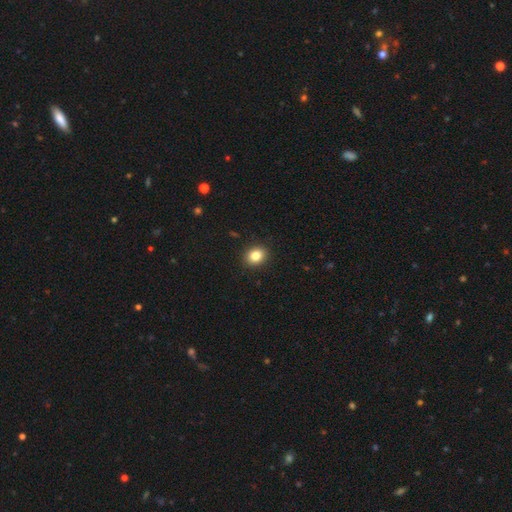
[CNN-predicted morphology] Smooth or featured?
  - smooth: 84% *
  - star or artifact: 10%
  - featured or disk: 6%
How rounded?
  - round: 62% *
  - in between: 37%
  - cigar-shaped: 1%
Merging?
  - none: 91% *
  - minor disturbance: 6%
  - major disturbance: 2%
  - merger: 1%